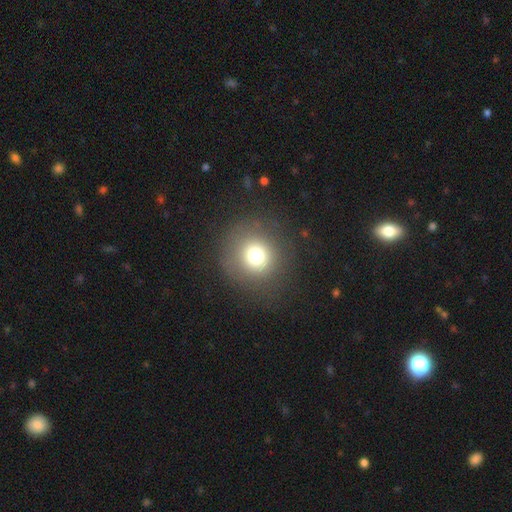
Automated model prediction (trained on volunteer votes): smooth 74%, star or artifact 16%, featured or disk 10%. Down the decision tree: how rounded — round (93%); merging — none (85%).